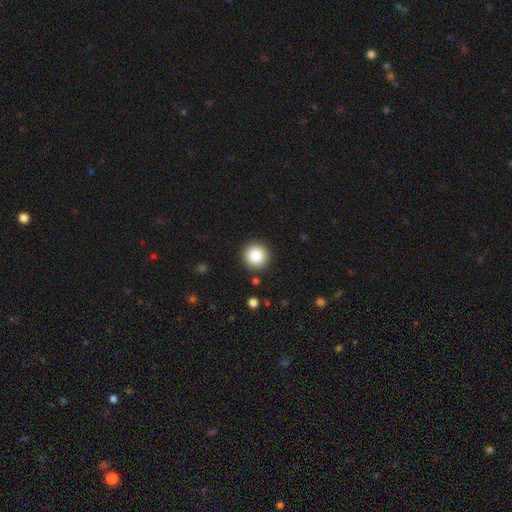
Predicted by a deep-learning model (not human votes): Smooth or featured?
  - smooth: 86% *
  - star or artifact: 9%
  - featured or disk: 5%
How rounded?
  - round: 96% *
  - in between: 4%
  - cigar-shaped: 1%
Merging?
  - none: 91% *
  - minor disturbance: 5%
  - major disturbance: 2%
  - merger: 1%